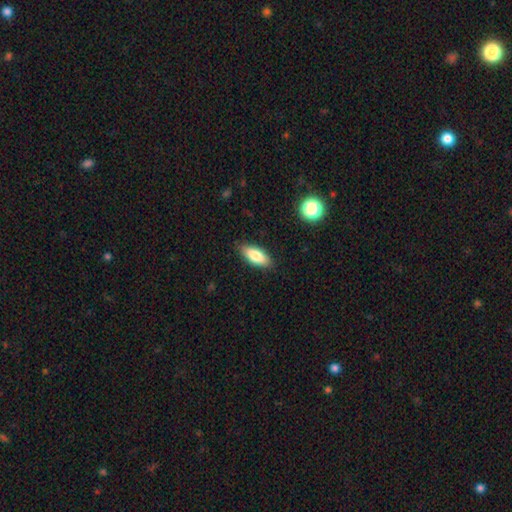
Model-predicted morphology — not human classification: Smooth or featured?
  - smooth: 82% *
  - featured or disk: 11%
  - star or artifact: 7%
How rounded?
  - in between: 80% *
  - cigar-shaped: 18%
  - round: 2%
Merging?
  - none: 87% *
  - minor disturbance: 10%
  - major disturbance: 2%
  - merger: 1%